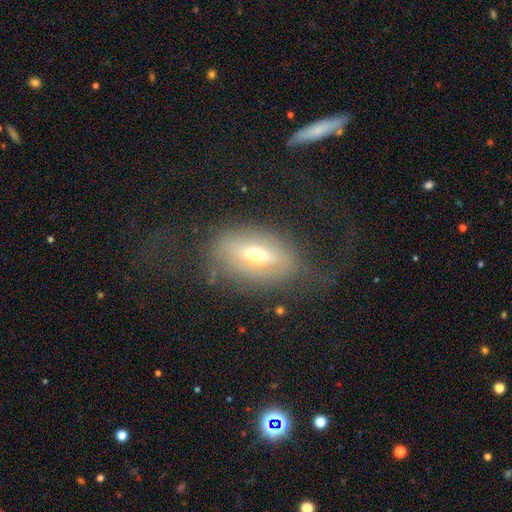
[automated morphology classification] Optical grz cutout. It shows a smooth galaxy with no disk features (48%). Merging: none (54%).